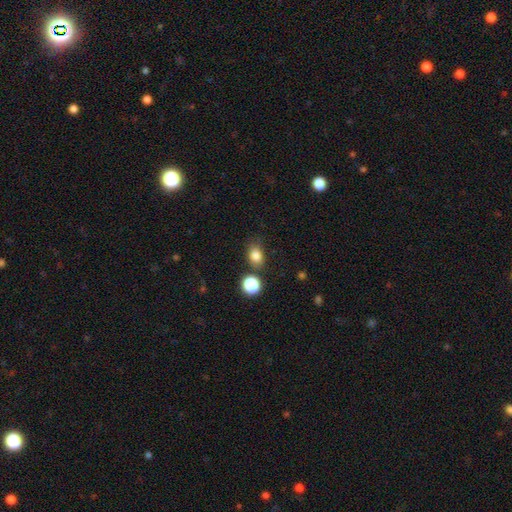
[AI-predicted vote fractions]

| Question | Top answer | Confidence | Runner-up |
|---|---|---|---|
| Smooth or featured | smooth | 82% | star or artifact (12%) |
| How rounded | in between | 60% | round (39%) |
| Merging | none | 74% | minor disturbance (15%) |